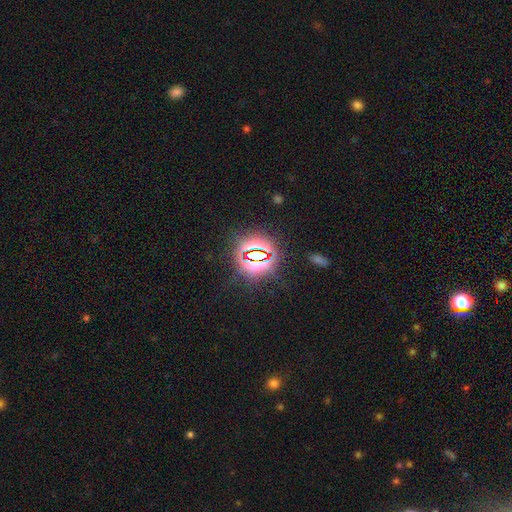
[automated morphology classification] star or artifact 78%, smooth 14%, featured or disk 8%.